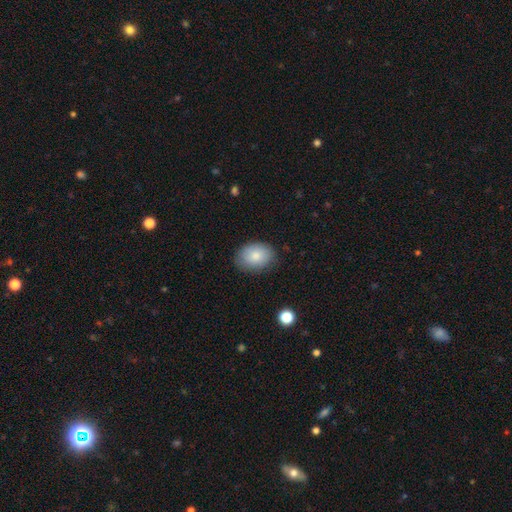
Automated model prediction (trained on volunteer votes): Smooth or featured? Predicted: smooth (p=0.83). How rounded? Predicted: in between (p=0.77). Merging? Predicted: none (p=0.81).